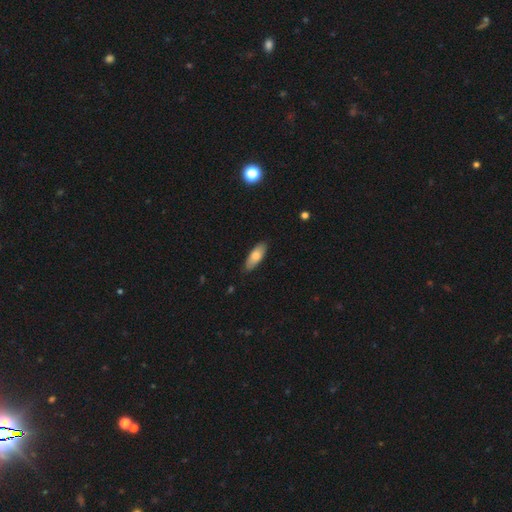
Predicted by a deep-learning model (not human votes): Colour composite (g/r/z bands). It shows a smooth galaxy with no disk features (76%) that is in between round and cigar-shaped (74%). Merging: none (85%).